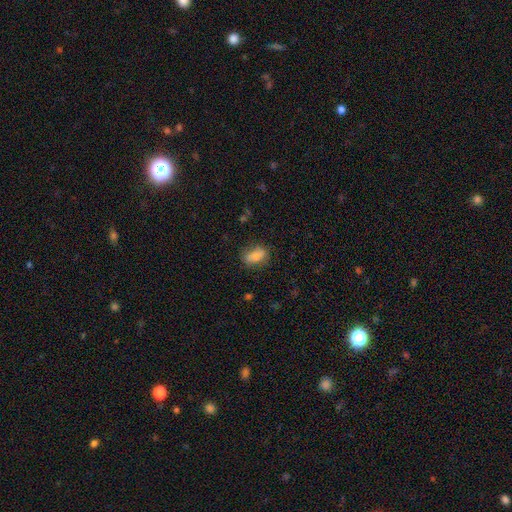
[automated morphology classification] The model was most divided on "merging": none: 75%, minor disturbance: 18%, major disturbance: 5%, merger: 2%. More confident: how rounded — in between (85%); smooth or featured — smooth (80%).